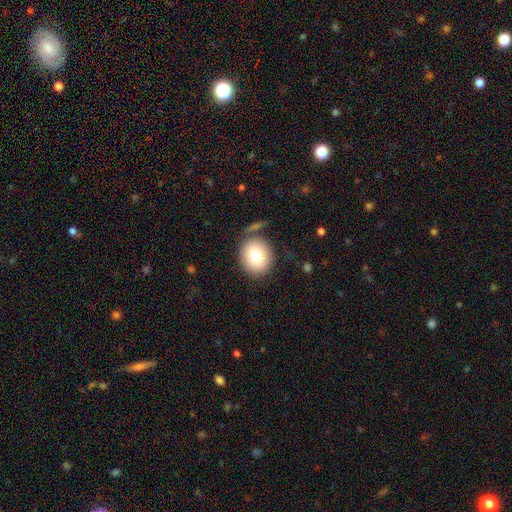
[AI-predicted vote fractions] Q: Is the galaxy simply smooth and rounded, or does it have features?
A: smooth — 78%.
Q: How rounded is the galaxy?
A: round — 76%.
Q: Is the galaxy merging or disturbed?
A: none — 77%.